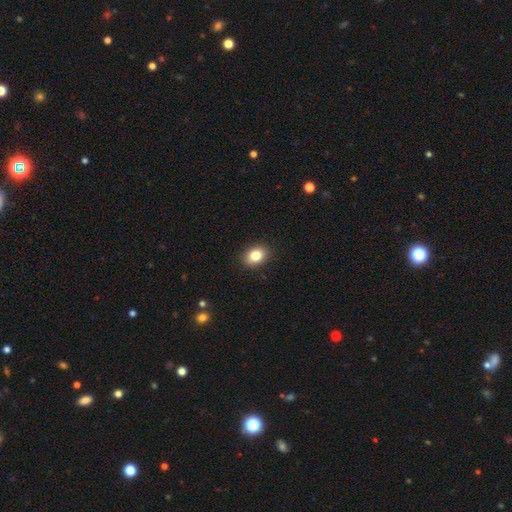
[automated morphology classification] Q: Smooth or featured?
A: smooth (83%); runner-up: star or artifact (10%)
Q: How rounded?
A: in between (65%); runner-up: round (34%)
Q: Merging?
A: none (90%); runner-up: minor disturbance (8%)